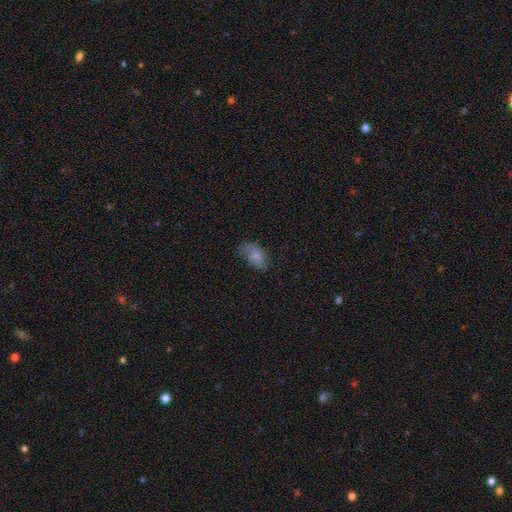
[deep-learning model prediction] smooth 75%, featured or disk 16%, star or artifact 9%. Down the decision tree: how rounded — in between (92%); merging — none (58%).